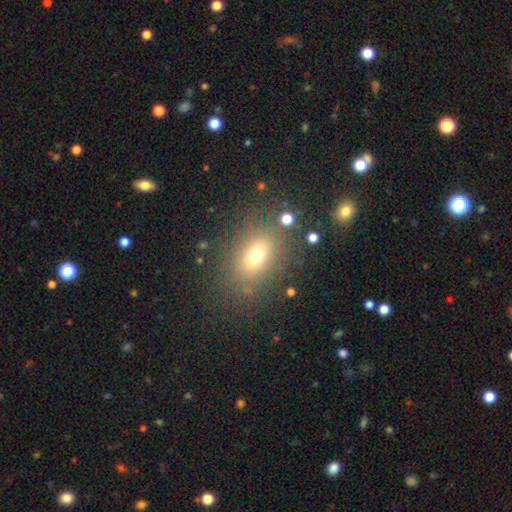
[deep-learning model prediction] smooth_or_featured: smooth (p=0.69) [alt: star or artifact p=0.16]
how_rounded: in between (p=0.70) [alt: round p=0.27]
merging: none (p=0.79) [alt: minor disturbance p=0.12]